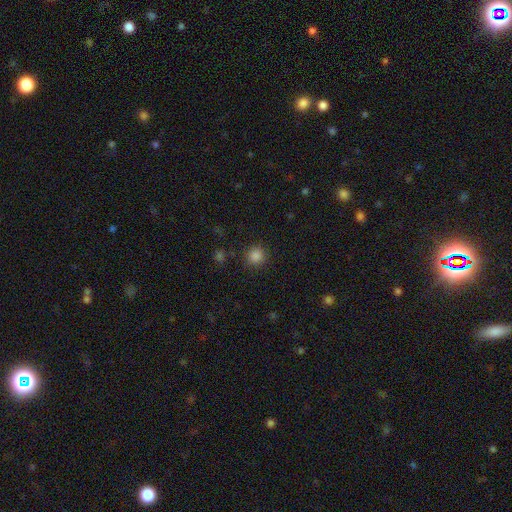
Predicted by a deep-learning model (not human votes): Smooth or featured: smooth — 85% (star or artifact — 12%)
How rounded: round — 93% (in between — 6%)
Merging: none — 90% (minor disturbance — 6%)